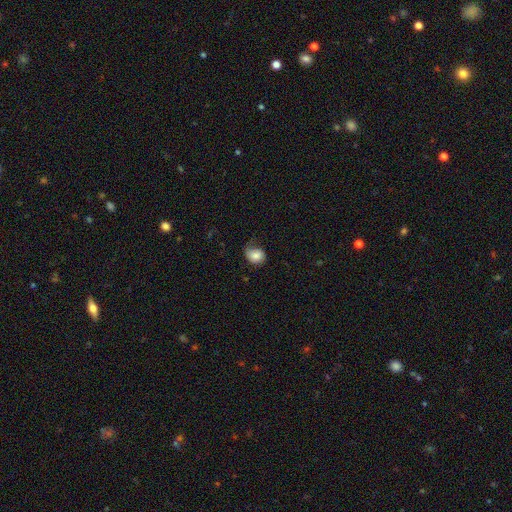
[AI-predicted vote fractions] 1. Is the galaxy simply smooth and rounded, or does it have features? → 77% smooth, 15% featured or disk, 8% star or artifact.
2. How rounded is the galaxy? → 53% round, 46% in between, 1% cigar-shaped.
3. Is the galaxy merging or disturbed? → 50% none, 32% minor disturbance, 16% major disturbance, 2% merger.